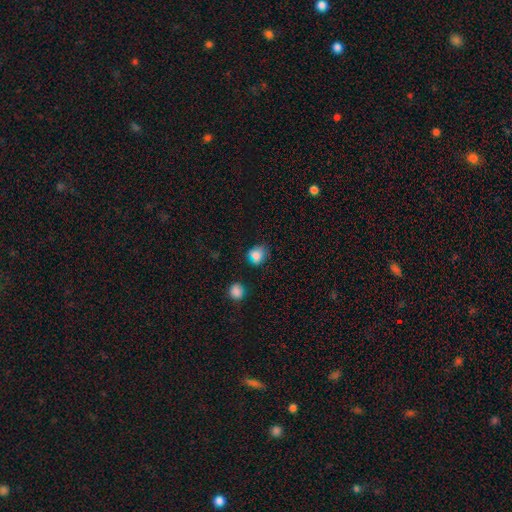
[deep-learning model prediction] This is likely a smooth galaxy (75%). How rounded: likely round (62%). Merging: likely none (67%).